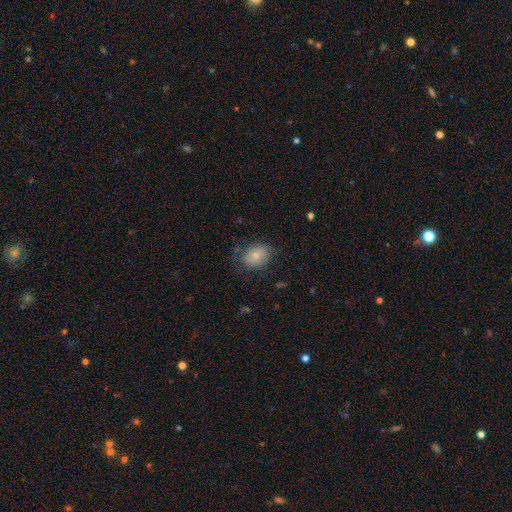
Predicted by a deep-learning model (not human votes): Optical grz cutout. It shows a smooth galaxy with no disk features (72%) that is round (56%). Merging: none (67%).